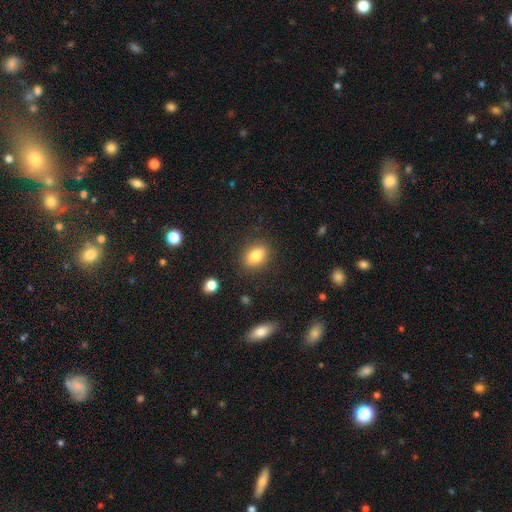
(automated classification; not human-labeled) smooth_or_featured: smooth (p=0.82) [alt: featured or disk p=0.09]
how_rounded: in between (p=0.79) [alt: round p=0.18]
merging: none (p=0.86) [alt: minor disturbance p=0.10]